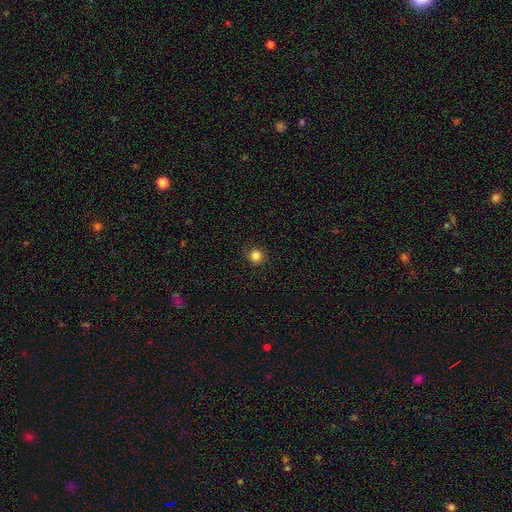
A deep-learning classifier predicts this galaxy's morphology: This is clearly a smooth galaxy (83%). How rounded: clearly round (94%). Merging: clearly none (91%).